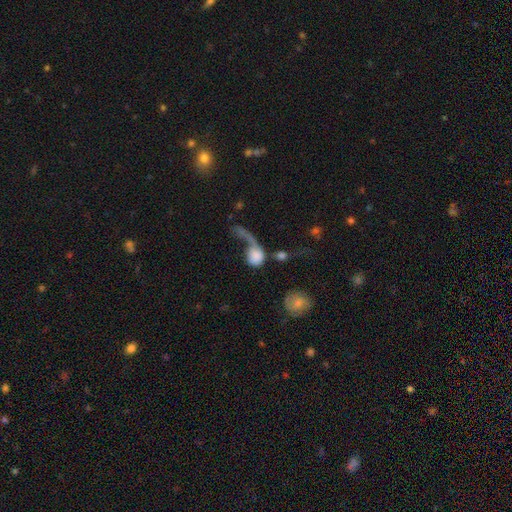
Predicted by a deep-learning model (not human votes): A smooth galaxy with no disk features (62%) that is round (70%).

Vote fractions:
- Smooth or featured? smooth: 62% / featured or disk: 30% / star or artifact: 9%
- How rounded? round: 70% / in between: 27% / cigar-shaped: 3%
- Merging? major disturbance: 50% / merger: 21% / none: 18% / minor disturbance: 11%